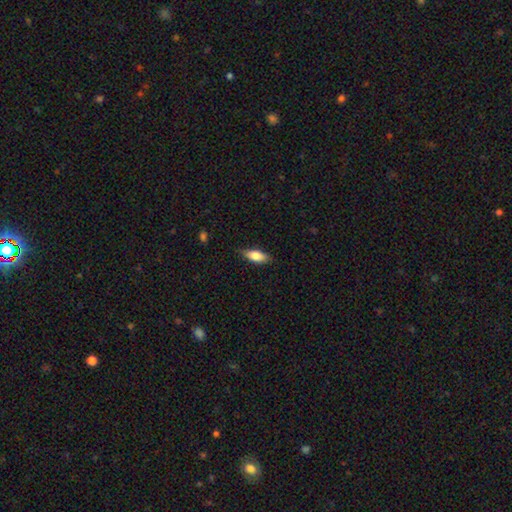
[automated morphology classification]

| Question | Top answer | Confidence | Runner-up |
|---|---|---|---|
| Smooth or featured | smooth | 74% | featured or disk (20%) |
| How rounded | in between | 72% | cigar-shaped (25%) |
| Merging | none | 81% | minor disturbance (15%) |